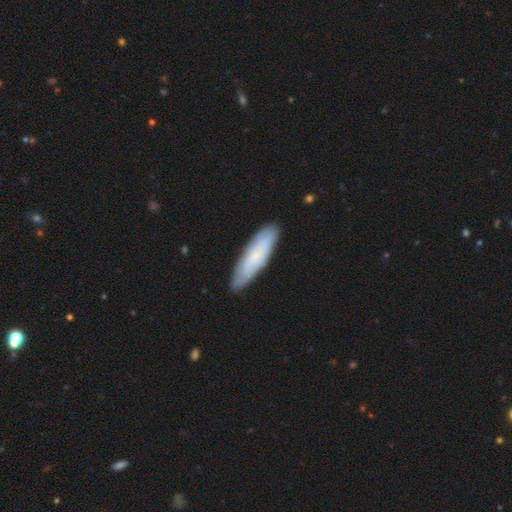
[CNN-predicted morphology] The model was most divided on "smooth or featured": smooth: 59%, featured or disk: 34%, star or artifact: 7%. More confident: merging — none (85%); how rounded — cigar-shaped (63%).